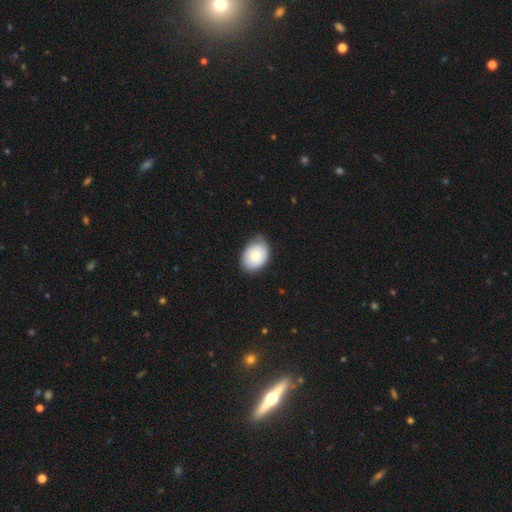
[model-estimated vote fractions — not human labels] smooth-or-featured: smooth: 73% | featured or disk: 21% | star or artifact: 6%
  how-rounded: in between: 71% | round: 28% | cigar-shaped: 1%
  merging: none: 65% | minor disturbance: 29% | major disturbance: 5% | merger: 1%